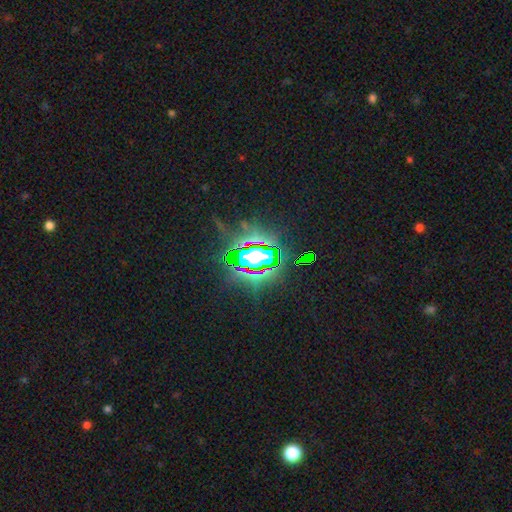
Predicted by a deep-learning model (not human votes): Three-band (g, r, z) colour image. It shows a star or artifact, not a galaxy (74%).